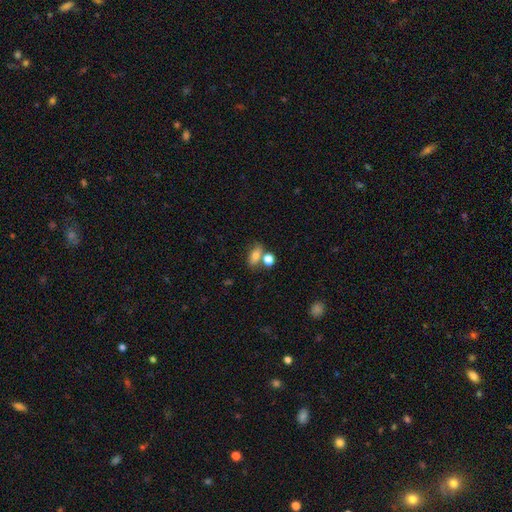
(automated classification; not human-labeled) This is likely a smooth galaxy (70%). How rounded: likely in between (77%). Merging: possibly none (50%).